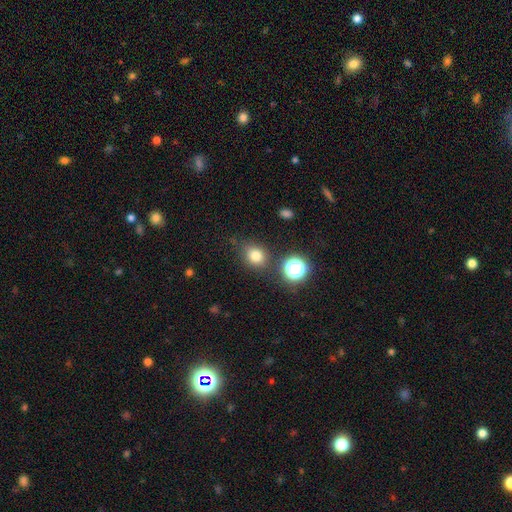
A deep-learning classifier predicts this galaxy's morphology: smooth 77%, star or artifact 16%, featured or disk 7%. Down the decision tree: how rounded — round (66%); merging — none (75%).